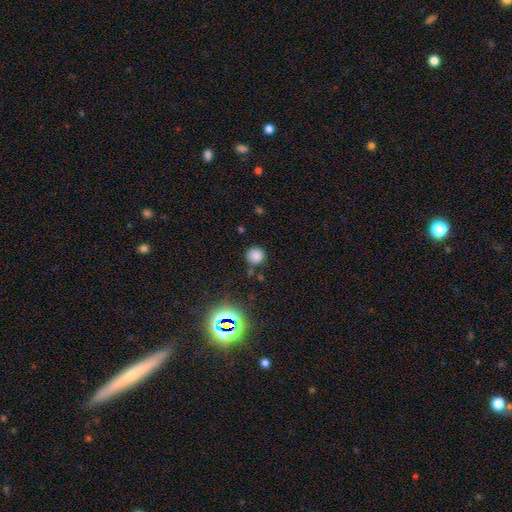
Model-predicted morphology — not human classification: Q: Smooth or featured?
A: smooth (78%); runner-up: star or artifact (17%)
Q: How rounded?
A: round (91%); runner-up: in between (8%)
Q: Merging?
A: none (81%); runner-up: minor disturbance (11%)